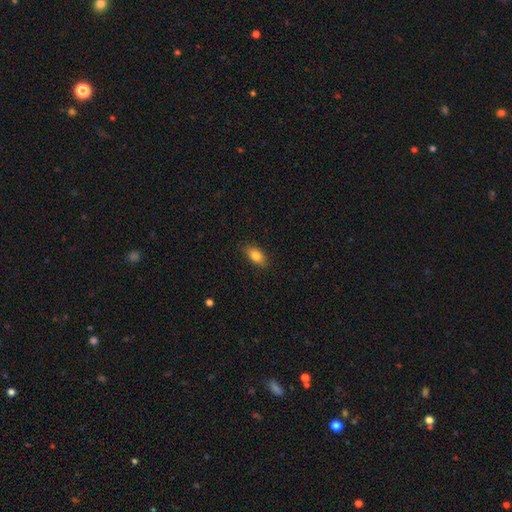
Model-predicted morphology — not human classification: This appears to be a smooth galaxy with no disk features (82%) that is in between round and cigar-shaped (87%). Merging: none (85%).